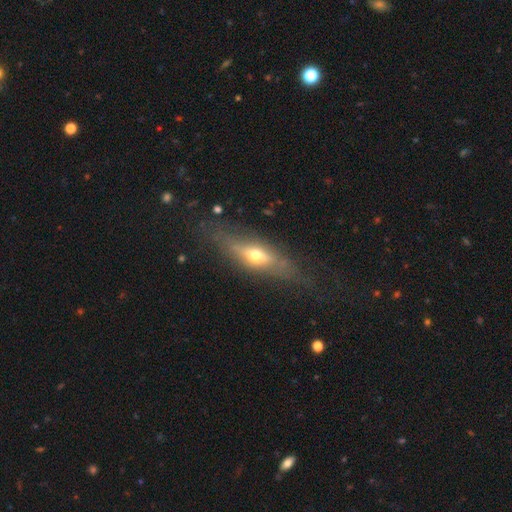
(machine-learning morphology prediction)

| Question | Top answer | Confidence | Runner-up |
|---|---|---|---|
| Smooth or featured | featured or disk | 52% | smooth (40%) |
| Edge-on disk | yes | 75% | no (25%) |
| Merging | none | 71% | minor disturbance (18%) |